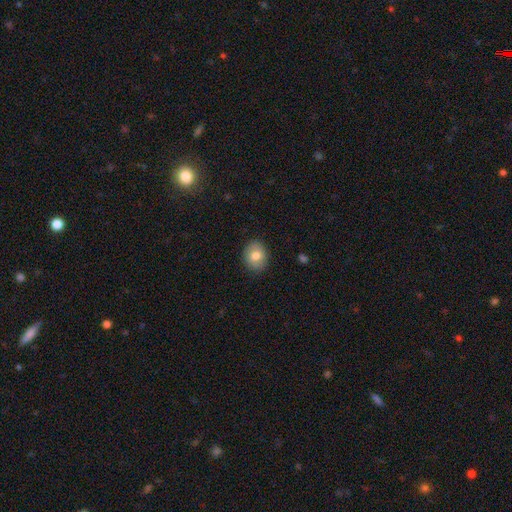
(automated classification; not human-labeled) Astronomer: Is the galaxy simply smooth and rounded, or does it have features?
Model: smooth — 78%.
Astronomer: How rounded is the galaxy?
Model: round — 56% (runner-up: in between, 43%).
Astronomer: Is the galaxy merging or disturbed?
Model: none — 88%.